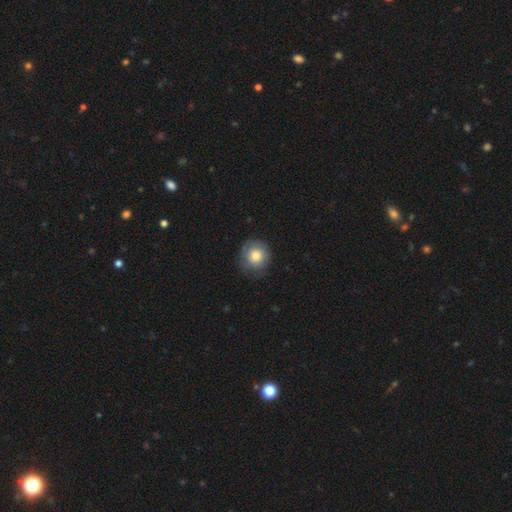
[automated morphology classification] Smooth or featured: smooth — 76% (featured or disk — 17%)
How rounded: round — 89% (in between — 10%)
Merging: none — 75% (minor disturbance — 19%)